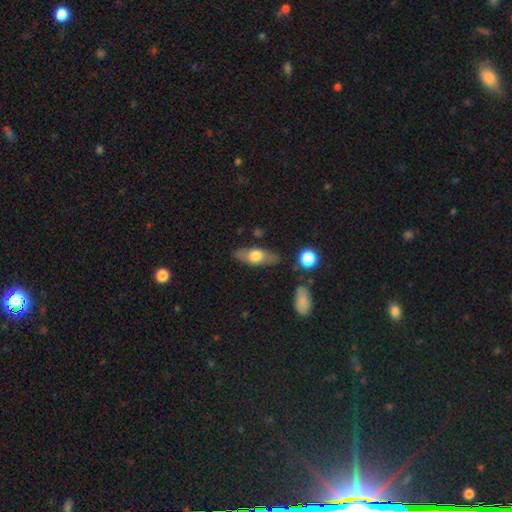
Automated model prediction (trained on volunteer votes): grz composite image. It shows a smooth galaxy with no disk features (57%) that is in between round and cigar-shaped (70%). Merging: none (79%).